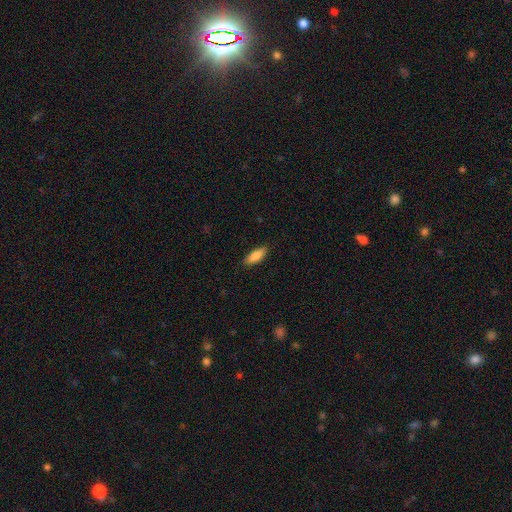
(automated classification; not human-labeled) Morphology: type=smooth (85%); roundness=in between (69%); merging=none (87%).